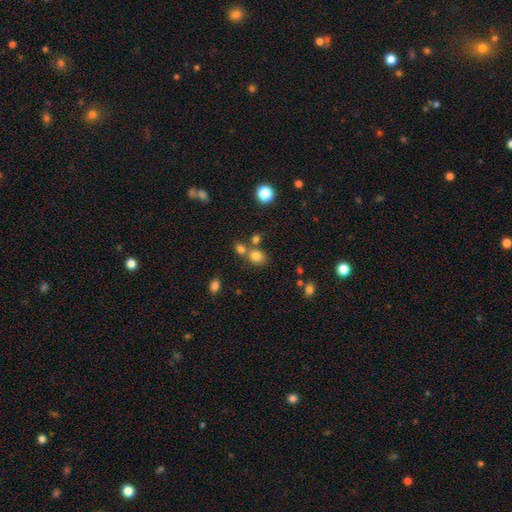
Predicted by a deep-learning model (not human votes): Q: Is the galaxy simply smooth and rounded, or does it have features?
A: smooth — 78%.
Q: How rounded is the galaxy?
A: round — 58%.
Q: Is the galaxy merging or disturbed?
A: none — 57%.